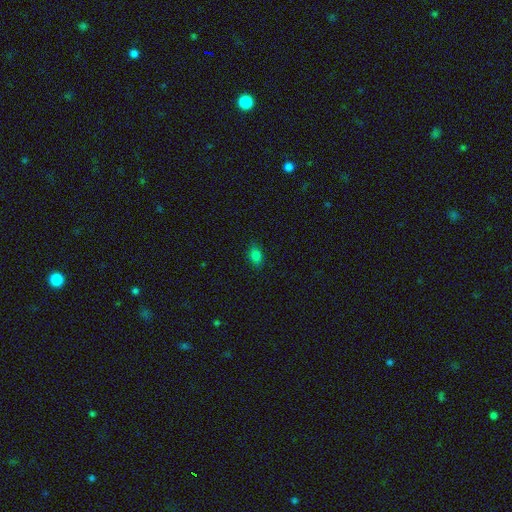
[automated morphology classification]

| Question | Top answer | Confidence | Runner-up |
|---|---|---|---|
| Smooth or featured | smooth | 81% | star or artifact (14%) |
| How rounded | in between | 82% | round (16%) |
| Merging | none | 83% | minor disturbance (14%) |